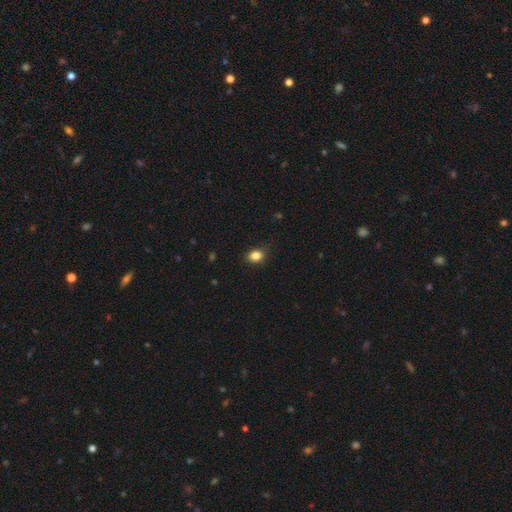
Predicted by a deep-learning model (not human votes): smooth-or-featured: smooth: 85% | star or artifact: 10% | featured or disk: 4%
  how-rounded: in between: 57% | round: 41% | cigar-shaped: 1%
  merging: none: 84% | minor disturbance: 13% | major disturbance: 3% | merger: 1%